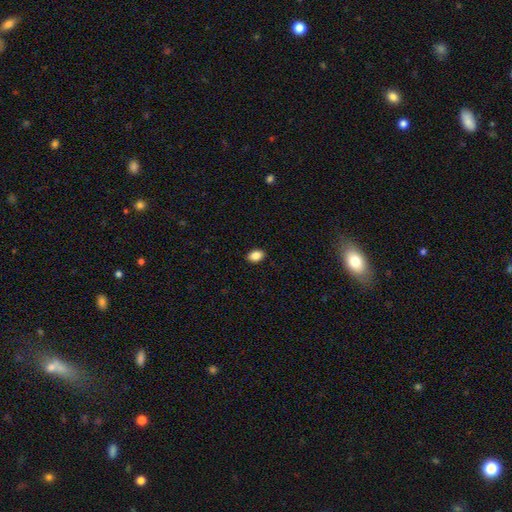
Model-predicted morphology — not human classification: smooth-or-featured: smooth: 88% | star or artifact: 8% | featured or disk: 4%
  how-rounded: in between: 82% | round: 17% | cigar-shaped: 1%
  merging: none: 90% | minor disturbance: 7% | major disturbance: 2% | merger: 1%